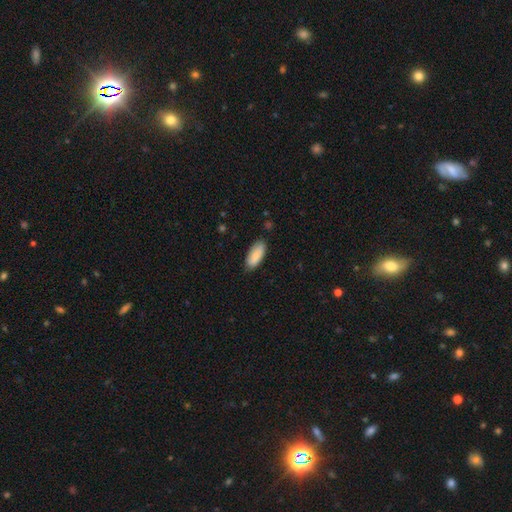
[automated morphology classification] smooth 84%, featured or disk 10%, star or artifact 6%. Down the decision tree: how rounded — in between (84%); merging — none (80%).